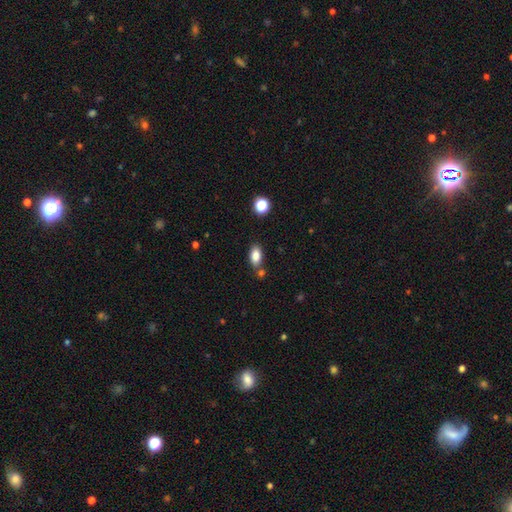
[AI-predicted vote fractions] This is clearly a smooth galaxy (84%). How rounded: clearly in between (90%). Merging: likely none (73%).